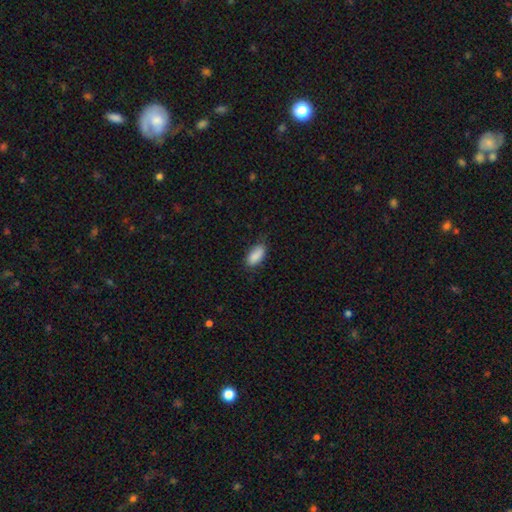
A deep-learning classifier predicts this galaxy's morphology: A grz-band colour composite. It shows a smooth galaxy with no disk features (89%) that is in between round and cigar-shaped (89%). Merging: none (75%).